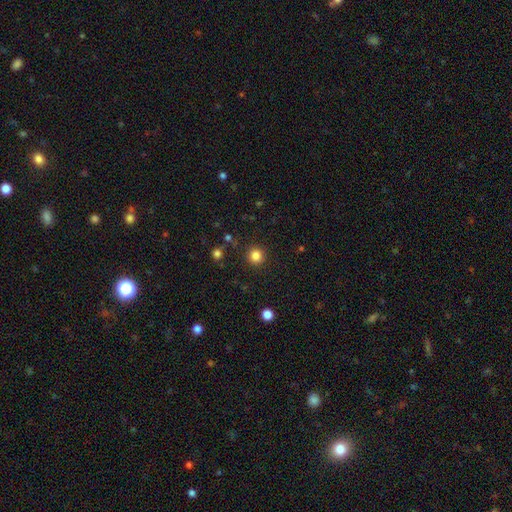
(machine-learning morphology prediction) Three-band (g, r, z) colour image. It shows a smooth galaxy with no disk features (83%) that is round (94%). Merging: none (91%).